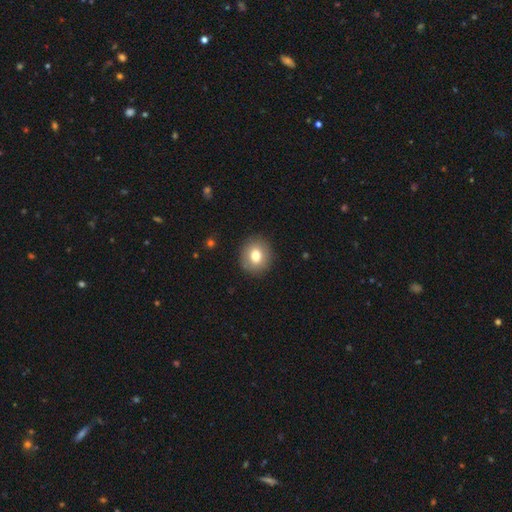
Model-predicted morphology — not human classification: A smooth galaxy with no disk features (76%) that is round (82%).

Vote fractions:
- Smooth or featured? smooth: 76% / featured or disk: 14% / star or artifact: 10%
- How rounded? round: 82% / in between: 17% / cigar-shaped: 1%
- Merging? none: 89% / minor disturbance: 7% / major disturbance: 2% / merger: 1%